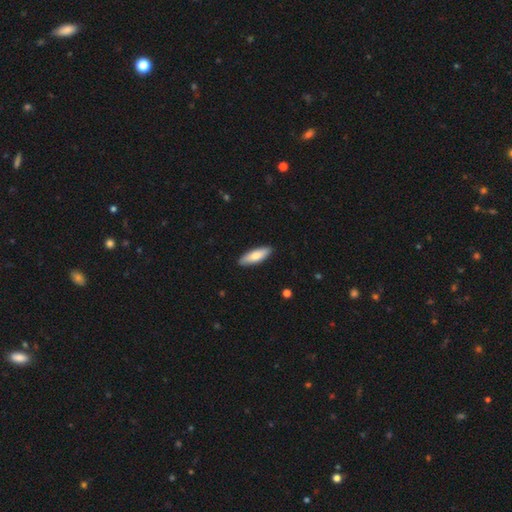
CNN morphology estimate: smooth_or_featured: smooth (p=0.75) [alt: featured or disk p=0.20]
how_rounded: in between (p=0.51) [alt: cigar-shaped p=0.47]
merging: none (p=0.90) [alt: minor disturbance p=0.08]